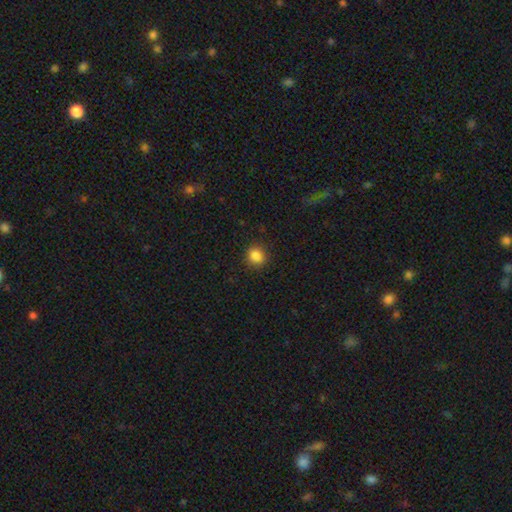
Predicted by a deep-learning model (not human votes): Smooth or featured?
  - smooth: 85% *
  - star or artifact: 11%
  - featured or disk: 4%
How rounded?
  - round: 78% *
  - in between: 21%
  - cigar-shaped: 1%
Merging?
  - none: 88% *
  - minor disturbance: 9%
  - major disturbance: 2%
  - merger: 1%